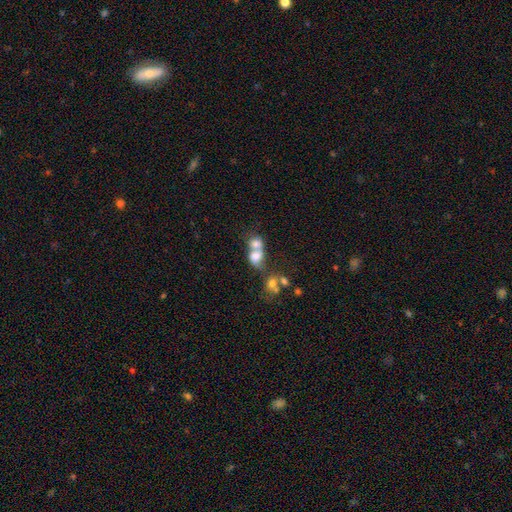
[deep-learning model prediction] Overall: smooth (66%). How rounded: round (51%; in between 47%). Merging: merger (71%).